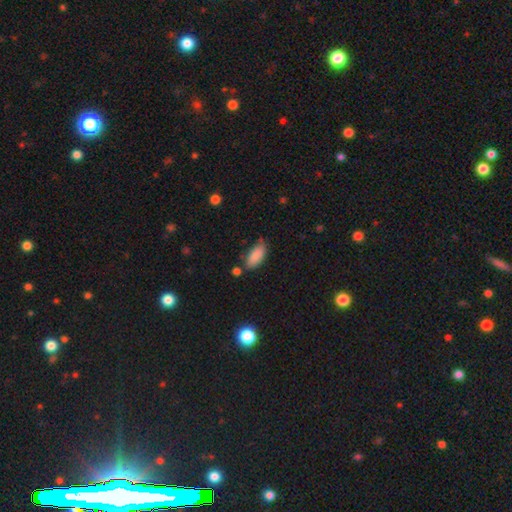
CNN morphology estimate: smooth 87%, star or artifact 7%, featured or disk 6%. Down the decision tree: how rounded — in between (87%); merging — none (64%).